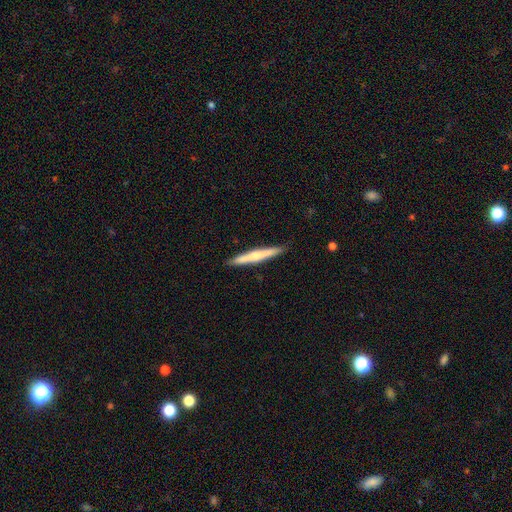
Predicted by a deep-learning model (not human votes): Q: Smooth or featured?
A: smooth (49%); runner-up: featured or disk (46%)
Q: Merging?
A: none (90%); runner-up: minor disturbance (7%)